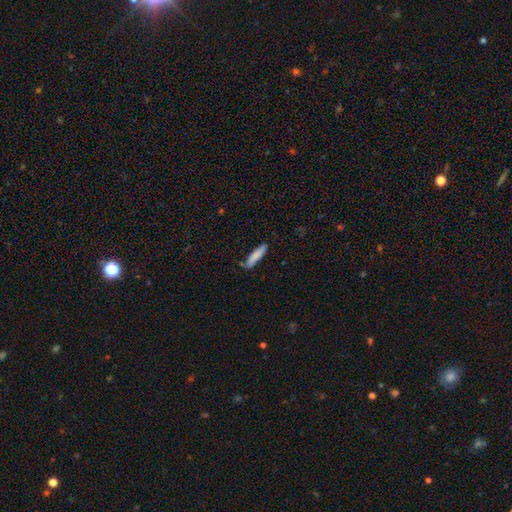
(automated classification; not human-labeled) A smooth galaxy with no disk features (83%) that is cigar-shaped (82%).

Vote fractions:
- Smooth or featured? smooth: 83% / featured or disk: 11% / star or artifact: 6%
- How rounded? cigar-shaped: 82% / in between: 16% / round: 1%
- Merging? none: 78% / minor disturbance: 17% / major disturbance: 3% / merger: 3%